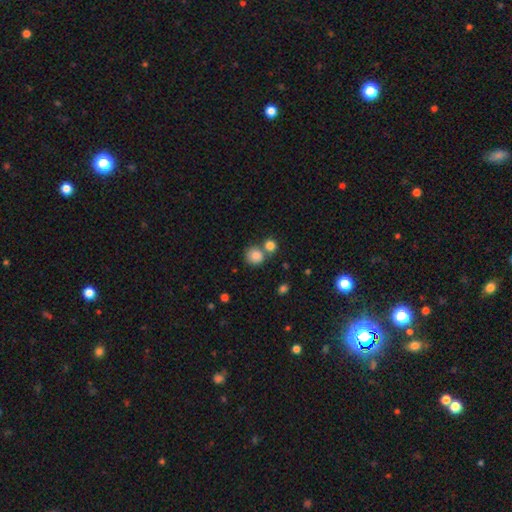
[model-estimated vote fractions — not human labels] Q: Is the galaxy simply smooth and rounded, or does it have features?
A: smooth — 84%.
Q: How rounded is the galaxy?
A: round — 88%.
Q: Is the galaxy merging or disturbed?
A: none — 58%.